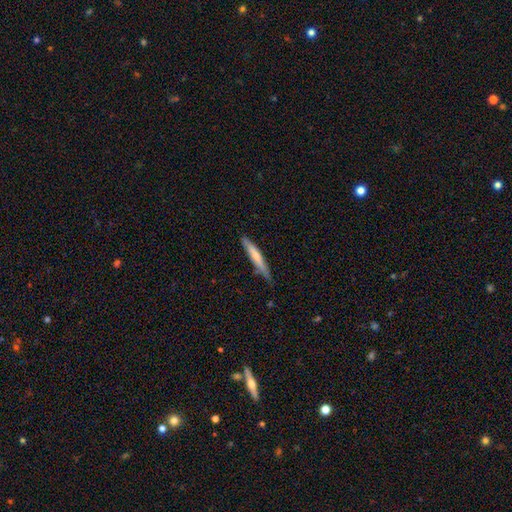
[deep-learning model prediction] The model was most divided on "smooth or featured": smooth: 60%, featured or disk: 35%, star or artifact: 5%. More confident: how rounded — cigar-shaped (93%); merging — none (75%).